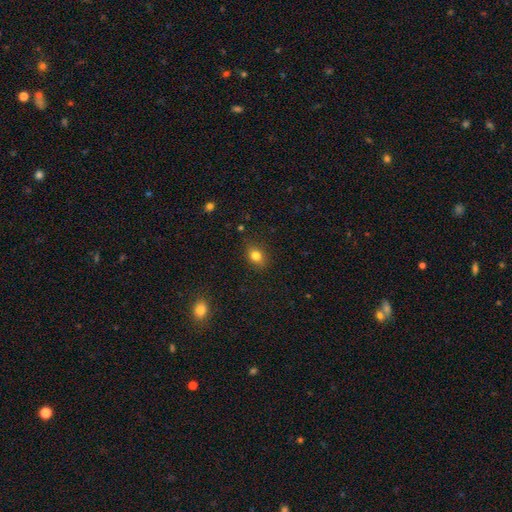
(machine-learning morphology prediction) A smooth galaxy with no disk features (80%) that is in between round and cigar-shaped (50%).

Vote fractions:
- Smooth or featured? smooth: 80% / star or artifact: 13% / featured or disk: 7%
- How rounded? in between: 50% / round: 49% / cigar-shaped: 1%
- Merging? none: 85% / minor disturbance: 11% / major disturbance: 3% / merger: 1%